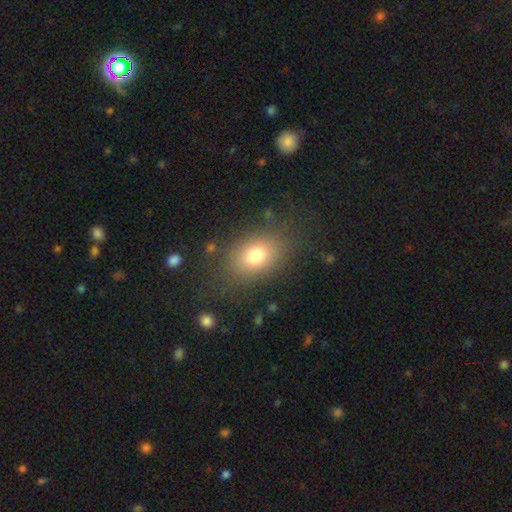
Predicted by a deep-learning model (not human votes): Smooth or featured?
  - smooth: 76% *
  - featured or disk: 12%
  - star or artifact: 11%
How rounded?
  - in between: 73% *
  - round: 25%
  - cigar-shaped: 1%
Merging?
  - none: 79% *
  - minor disturbance: 12%
  - major disturbance: 7%
  - merger: 2%